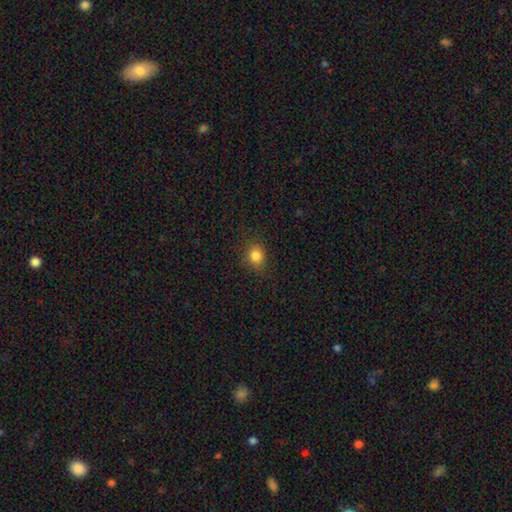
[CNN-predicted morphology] smooth-or-featured: smooth: 83% | star or artifact: 12% | featured or disk: 5%
  how-rounded: round: 70% | in between: 29% | cigar-shaped: 1%
  merging: none: 84% | minor disturbance: 12% | major disturbance: 3% | merger: 1%